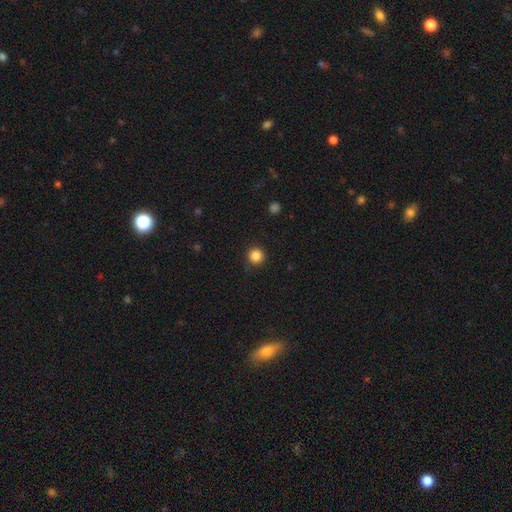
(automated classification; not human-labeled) The model was most divided on "smooth or featured": smooth: 86%, star or artifact: 11%, featured or disk: 3%. More confident: how rounded — round (95%); merging — none (90%).